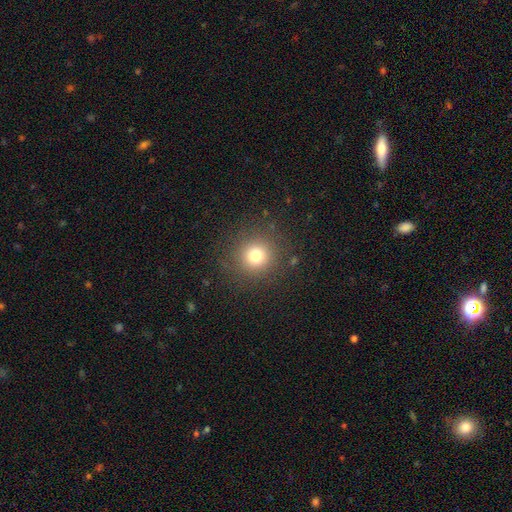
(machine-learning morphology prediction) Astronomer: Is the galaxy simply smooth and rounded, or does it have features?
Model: smooth — 75%.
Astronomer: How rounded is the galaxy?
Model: round — 94%.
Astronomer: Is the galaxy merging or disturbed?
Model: none — 87%.